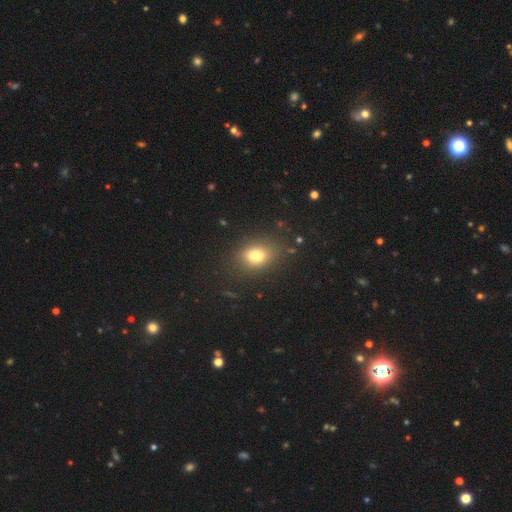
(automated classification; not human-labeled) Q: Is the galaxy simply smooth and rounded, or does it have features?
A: smooth — 75%.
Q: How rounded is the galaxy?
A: in between — 69%.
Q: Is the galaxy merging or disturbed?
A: none — 68%.